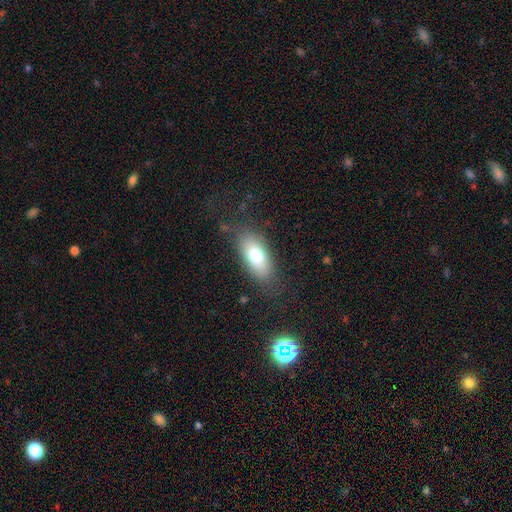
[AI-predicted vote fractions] Overall: smooth (76%). How rounded: in between (86%). Merging: none (78%).